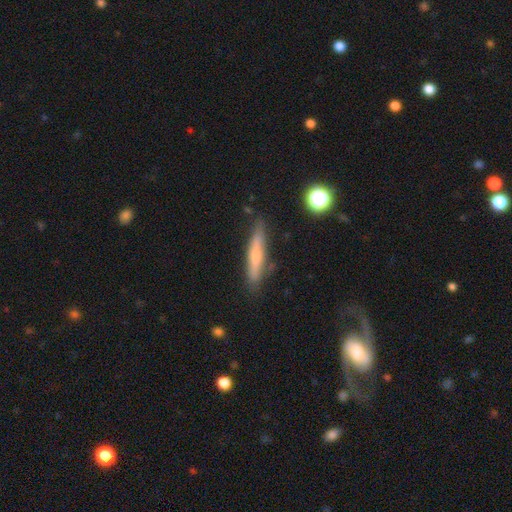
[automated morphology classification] A smooth galaxy with no disk features (59%) that is cigar-shaped (90%).

Vote fractions:
- Smooth or featured? smooth: 59% / featured or disk: 34% / star or artifact: 8%
- How rounded? cigar-shaped: 90% / in between: 8% / round: 2%
- Merging? none: 81% / minor disturbance: 14% / major disturbance: 3% / merger: 3%